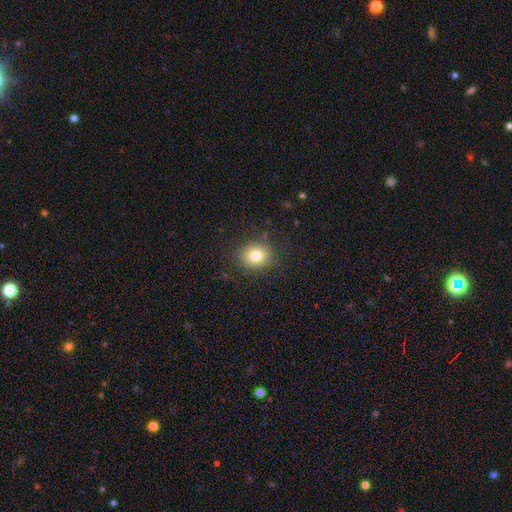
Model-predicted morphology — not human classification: Smooth or featured? Predicted: smooth (p=0.80). How rounded? Predicted: round (p=0.75). Merging? Predicted: none (p=0.86).